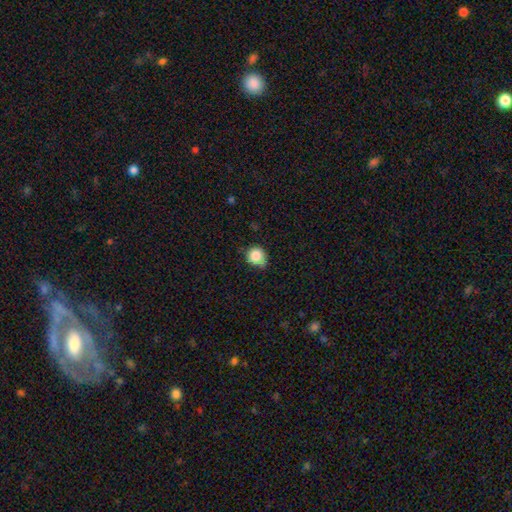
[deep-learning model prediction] Morphology: type=smooth (84%); roundness=round (81%); merging=none (55%).